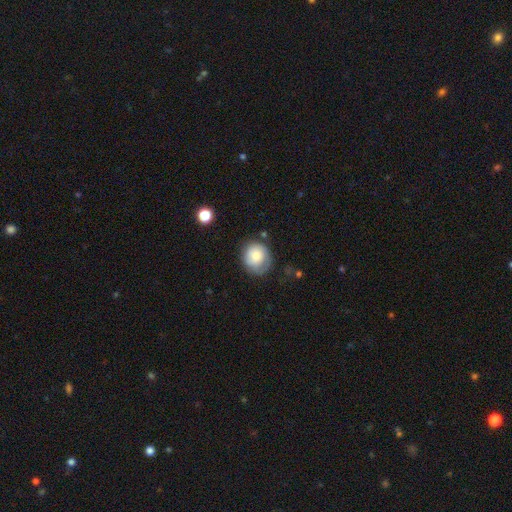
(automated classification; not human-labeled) smooth_or_featured: smooth (p=0.72) [alt: featured or disk p=0.20]
how_rounded: round (p=0.82) [alt: in between p=0.17]
merging: none (p=0.66) [alt: minor disturbance p=0.23]